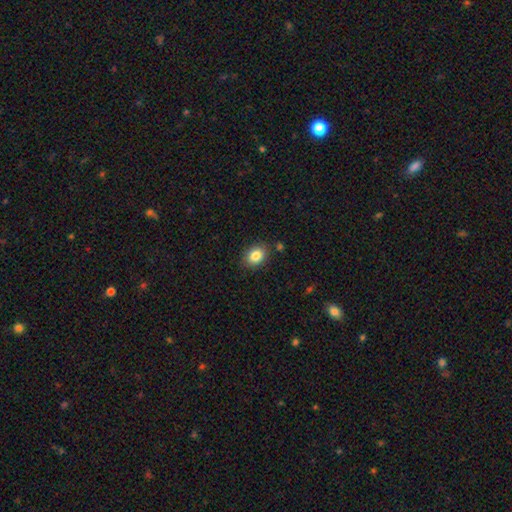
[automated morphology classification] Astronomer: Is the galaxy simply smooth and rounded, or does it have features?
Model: smooth — 85%.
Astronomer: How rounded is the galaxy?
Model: in between — 64%.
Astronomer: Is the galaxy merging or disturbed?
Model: none — 84%.